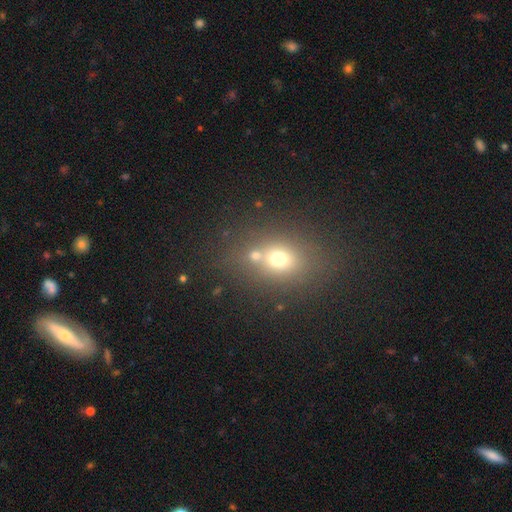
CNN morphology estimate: Smooth or featured? smooth (65%)
How rounded? round (60%)
Merging? none (54%)